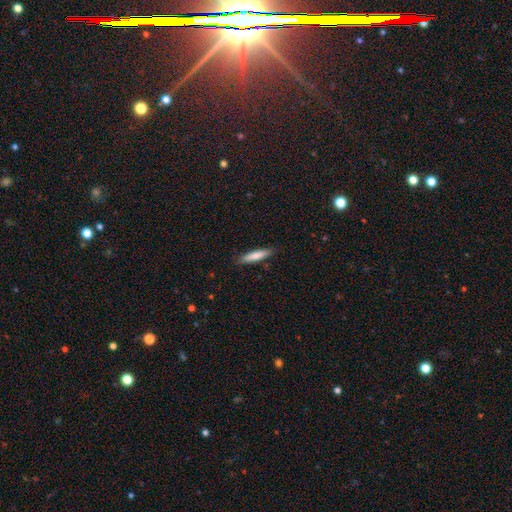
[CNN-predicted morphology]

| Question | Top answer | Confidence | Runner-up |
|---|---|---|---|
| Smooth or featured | smooth | 76% | featured or disk (19%) |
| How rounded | cigar-shaped | 83% | in between (15%) |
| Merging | none | 88% | minor disturbance (10%) |